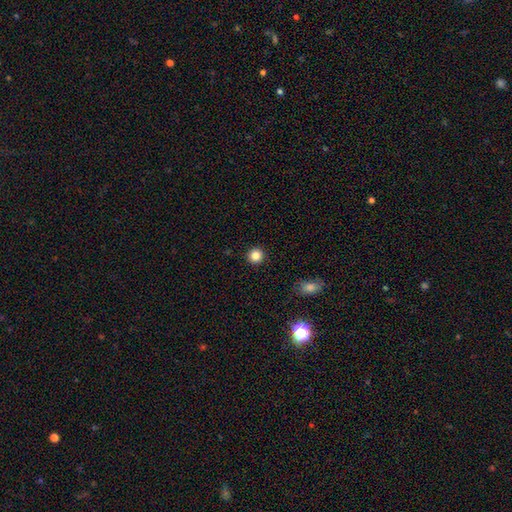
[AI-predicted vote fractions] smooth_or_featured: smooth (p=0.84) [alt: star or artifact p=0.12]
how_rounded: round (p=0.95) [alt: in between p=0.04]
merging: none (p=0.93) [alt: minor disturbance p=0.04]